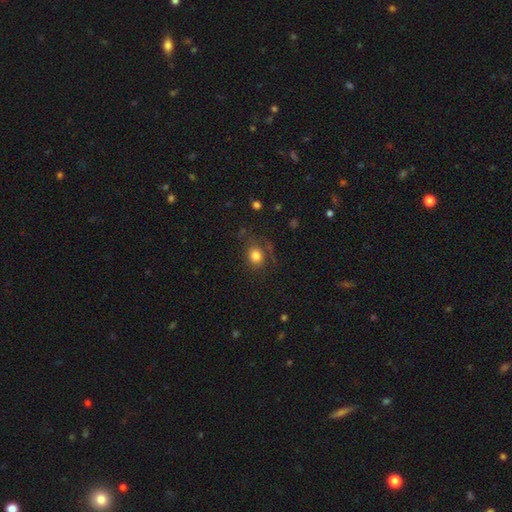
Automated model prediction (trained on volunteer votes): Morphology: type=smooth (80%); roundness=round (66%); merging=none (68%).